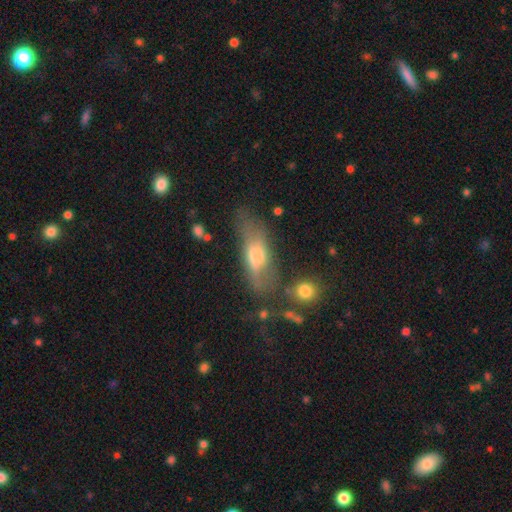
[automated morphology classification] Q: Smooth or featured?
A: smooth (48%); runner-up: featured or disk (42%)
Q: Merging?
A: none (53%); runner-up: minor disturbance (24%)